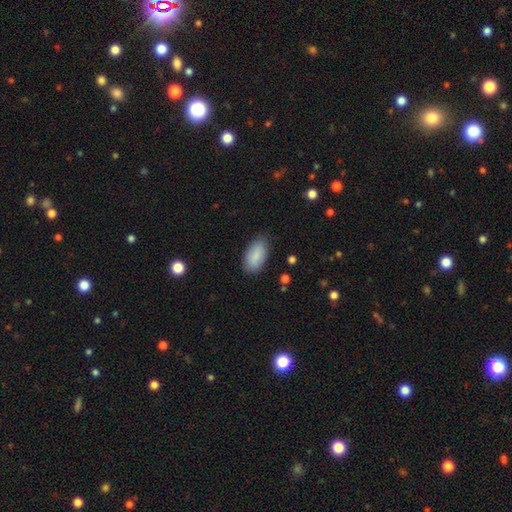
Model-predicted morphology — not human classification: Overall: smooth (86%). How rounded: in between (92%). Merging: none (78%).